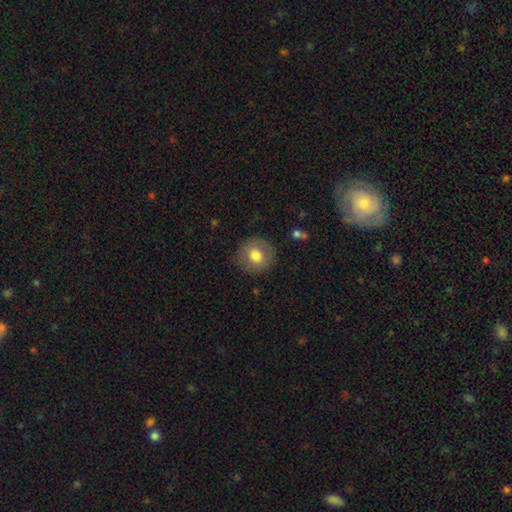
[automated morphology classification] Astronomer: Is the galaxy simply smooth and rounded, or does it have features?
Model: smooth — 75%.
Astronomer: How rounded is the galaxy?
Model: round — 92%.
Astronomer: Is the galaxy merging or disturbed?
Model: none — 87%.